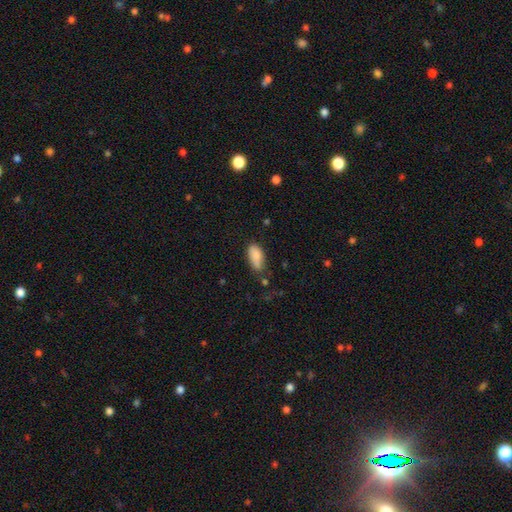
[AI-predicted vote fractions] The model was most divided on "merging": none: 54%, minor disturbance: 31%, major disturbance: 8%, merger: 7%. More confident: how rounded — in between (89%); smooth or featured — smooth (85%).